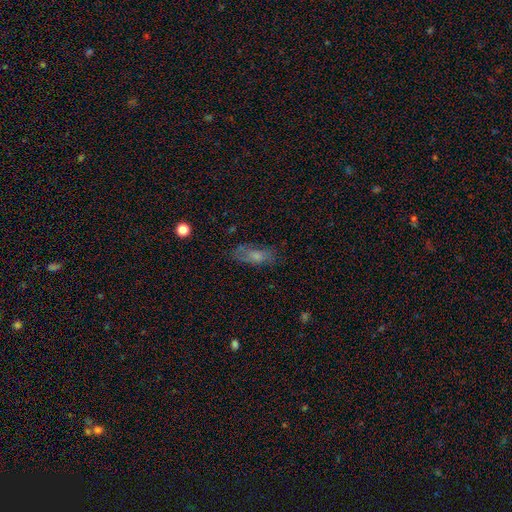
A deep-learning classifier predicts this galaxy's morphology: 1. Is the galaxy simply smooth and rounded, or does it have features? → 61% smooth, 28% featured or disk, 11% star or artifact.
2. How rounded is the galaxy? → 75% in between, 21% cigar-shaped, 4% round.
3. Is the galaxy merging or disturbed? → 66% none, 22% minor disturbance, 9% major disturbance, 2% merger.